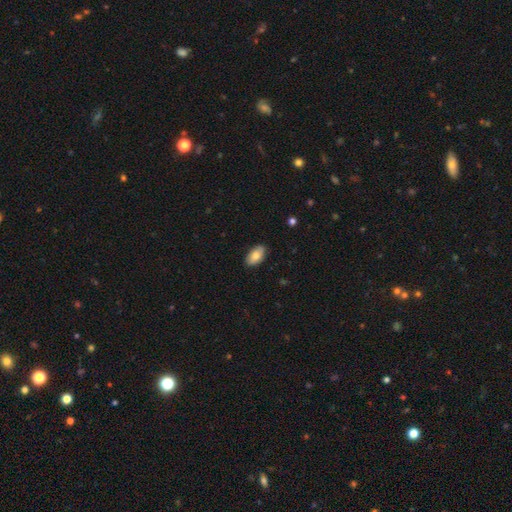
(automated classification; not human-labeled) A smooth galaxy with no disk features (79%) that is in between round and cigar-shaped (94%).

Vote fractions:
- Smooth or featured? smooth: 79% / featured or disk: 14% / star or artifact: 7%
- How rounded? in between: 94% / round: 4% / cigar-shaped: 2%
- Merging? none: 84% / minor disturbance: 12% / major disturbance: 2% / merger: 1%